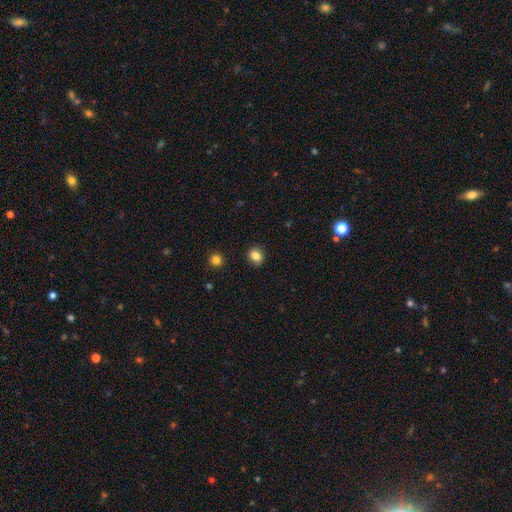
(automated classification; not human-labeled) Q: Smooth or featured?
A: smooth (83%); runner-up: star or artifact (11%)
Q: How rounded?
A: round (67%); runner-up: in between (32%)
Q: Merging?
A: none (88%); runner-up: minor disturbance (9%)